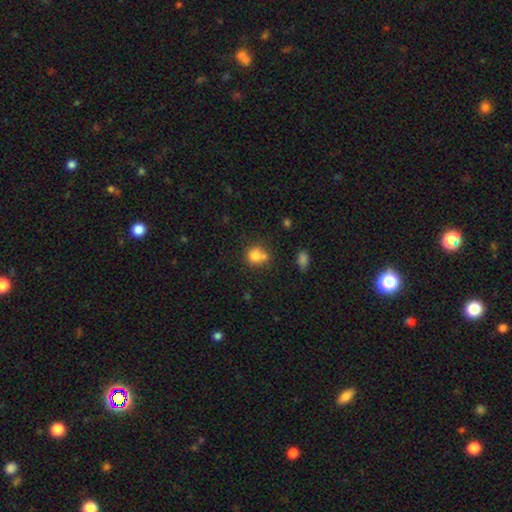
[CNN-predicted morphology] Q: Smooth or featured?
A: smooth (79%); runner-up: star or artifact (11%)
Q: How rounded?
A: round (79%); runner-up: in between (20%)
Q: Merging?
A: none (47%); runner-up: merger (34%)